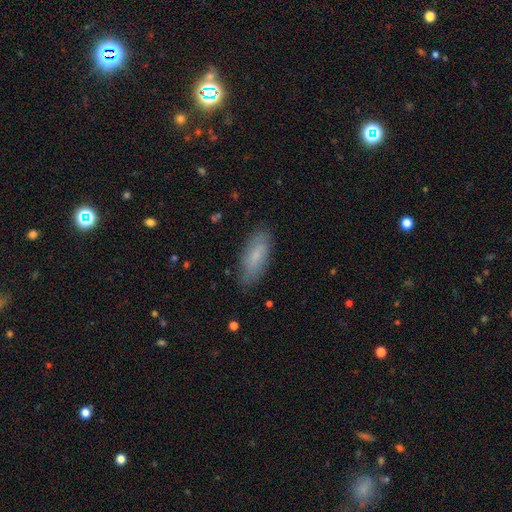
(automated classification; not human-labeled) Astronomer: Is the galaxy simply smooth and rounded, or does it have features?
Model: smooth — 72%.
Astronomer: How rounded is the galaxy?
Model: in between — 72%.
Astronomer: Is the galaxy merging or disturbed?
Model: none — 83%.